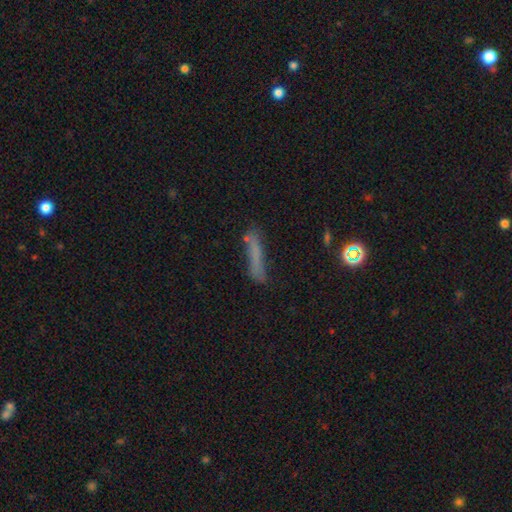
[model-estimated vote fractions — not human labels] Smooth or featured?
  - smooth: 64% *
  - featured or disk: 24%
  - star or artifact: 13%
How rounded?
  - cigar-shaped: 88% *
  - in between: 10%
  - round: 2%
Merging?
  - none: 64% *
  - minor disturbance: 21%
  - major disturbance: 9%
  - merger: 6%